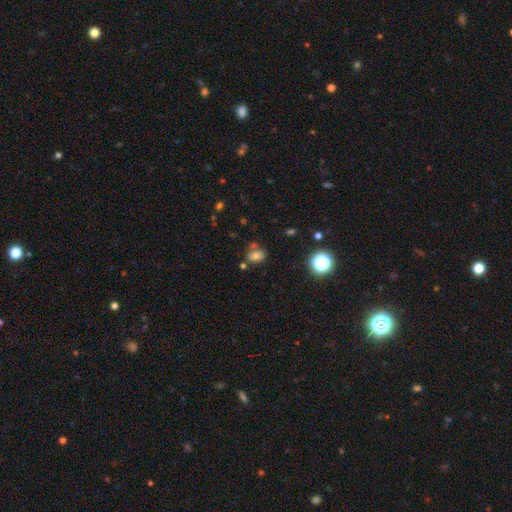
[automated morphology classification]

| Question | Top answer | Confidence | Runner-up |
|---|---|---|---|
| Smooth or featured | smooth | 68% | star or artifact (19%) |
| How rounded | in between | 58% | round (40%) |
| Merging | none | 63% | minor disturbance (16%) |